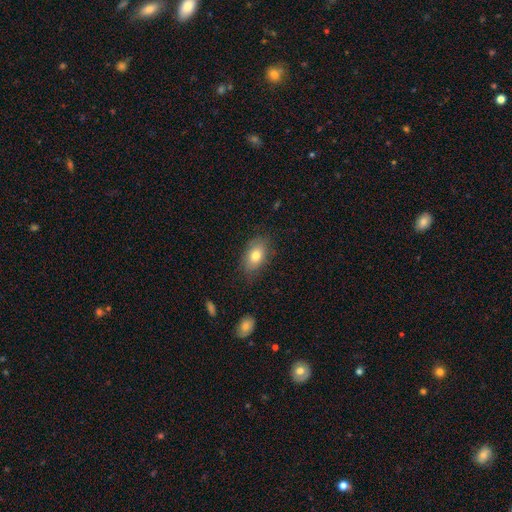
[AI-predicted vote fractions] Smooth or featured? Predicted: smooth (p=0.76). How rounded? Predicted: in between (p=0.87). Merging? Predicted: none (p=0.79).